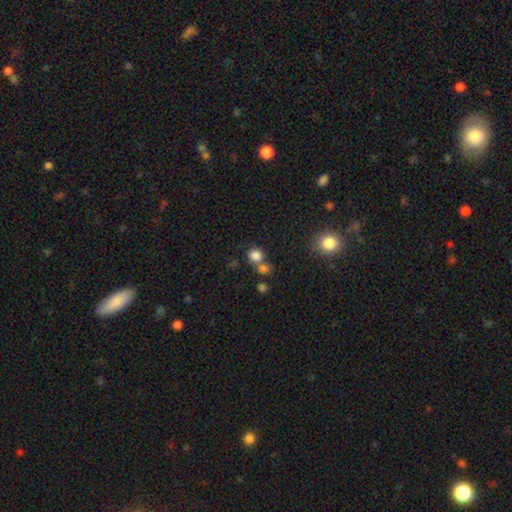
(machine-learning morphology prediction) This is clearly a smooth galaxy (82%). How rounded: clearly round (83%). Merging: possibly none (56%).